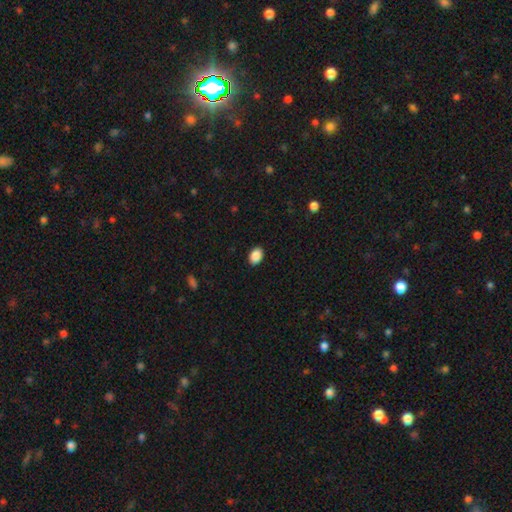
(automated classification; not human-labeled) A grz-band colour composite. It shows a smooth galaxy with no disk features (90%) that is in between round and cigar-shaped (79%). Merging: none (90%).